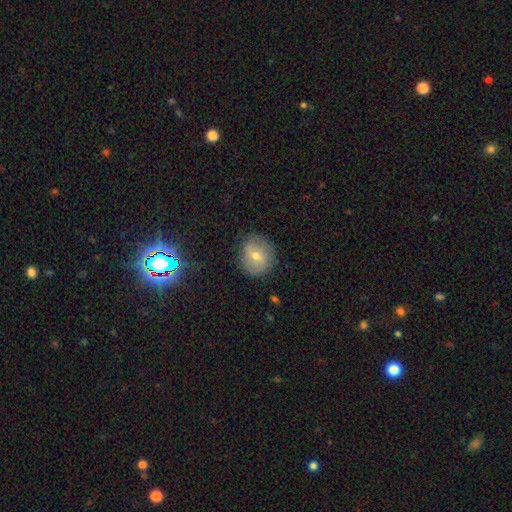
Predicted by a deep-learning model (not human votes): A smooth galaxy with no disk features (52%) that is round (74%).

Vote fractions:
- Smooth or featured? smooth: 52% / featured or disk: 32% / star or artifact: 16%
- How rounded? round: 74% / in between: 25% / cigar-shaped: 1%
- Merging? none: 83% / minor disturbance: 13% / major disturbance: 4% / merger: 1%